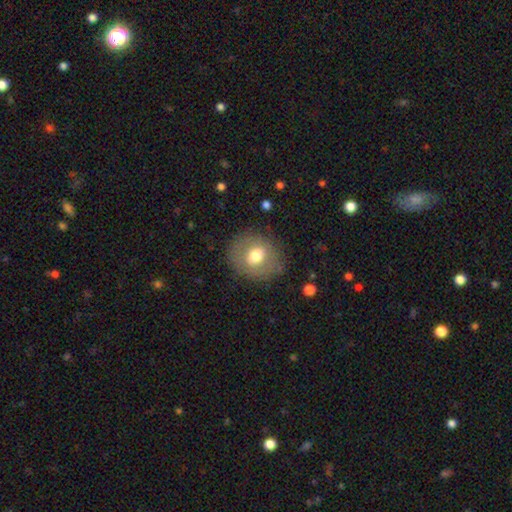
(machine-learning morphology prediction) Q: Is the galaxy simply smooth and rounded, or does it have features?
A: smooth — 62%.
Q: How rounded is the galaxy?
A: round — 74%.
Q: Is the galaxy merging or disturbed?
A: none — 78%.